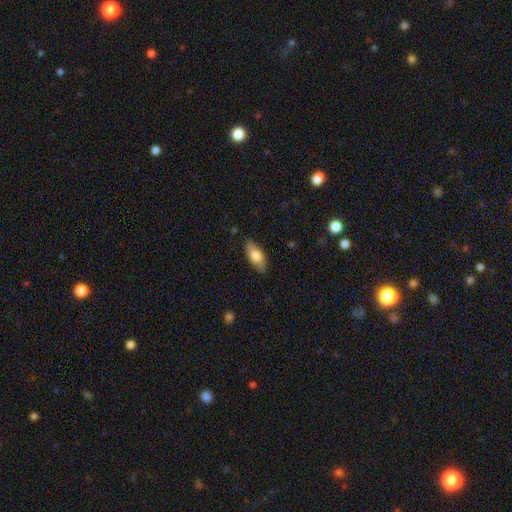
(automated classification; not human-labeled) The model was most divided on "smooth or featured": smooth: 75%, featured or disk: 19%, star or artifact: 6%. More confident: merging — none (87%); how rounded — in between (83%).